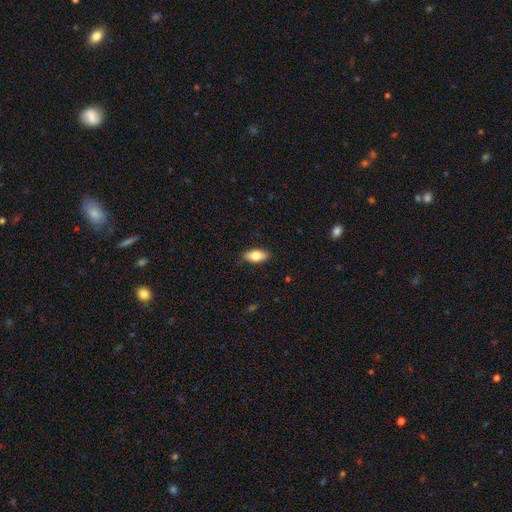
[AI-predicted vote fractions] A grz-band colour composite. It shows a smooth galaxy with no disk features (79%) that is in between round and cigar-shaped (89%). Merging: none (87%).